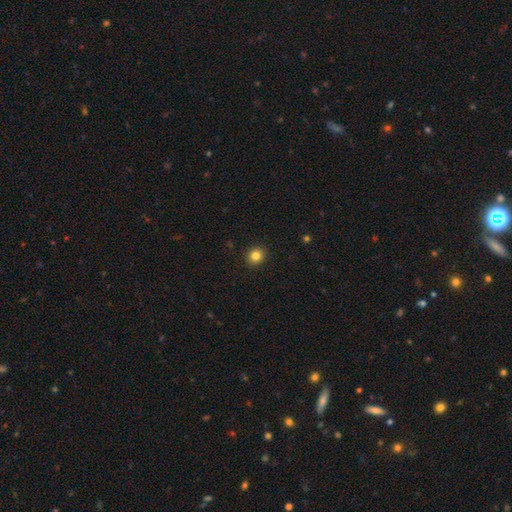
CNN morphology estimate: smooth 83%, star or artifact 11%, featured or disk 5%. Down the decision tree: how rounded — round (83%); merging — none (92%).